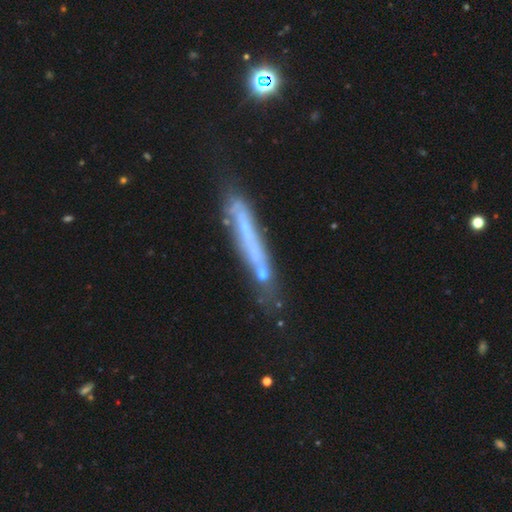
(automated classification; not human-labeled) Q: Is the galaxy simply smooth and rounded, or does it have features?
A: featured or disk — 56%.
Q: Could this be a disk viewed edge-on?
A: yes — 74%.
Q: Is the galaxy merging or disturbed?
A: none — 60%.